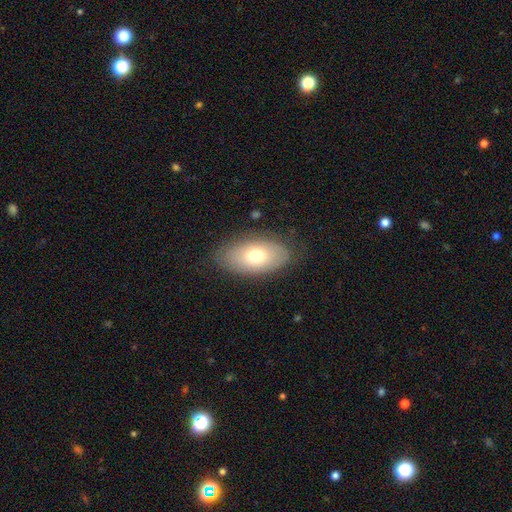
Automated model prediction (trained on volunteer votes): The model was most divided on "smooth or featured": smooth: 69%, featured or disk: 23%, star or artifact: 8%. More confident: how rounded — in between (92%); merging — none (80%).